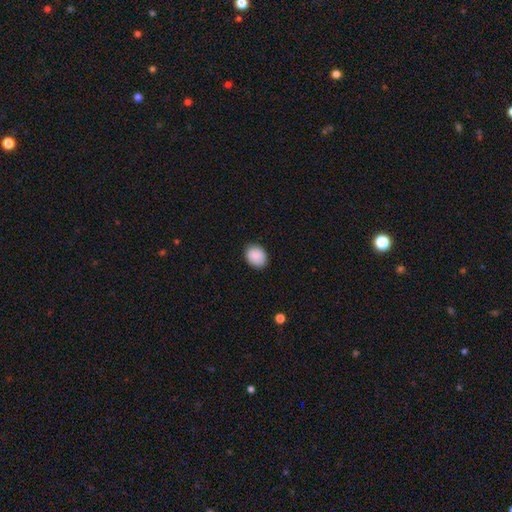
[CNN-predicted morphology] Smooth or featured: smooth — 90% (star or artifact — 7%)
How rounded: in between — 60% (round — 39%)
Merging: none — 86% (minor disturbance — 11%)